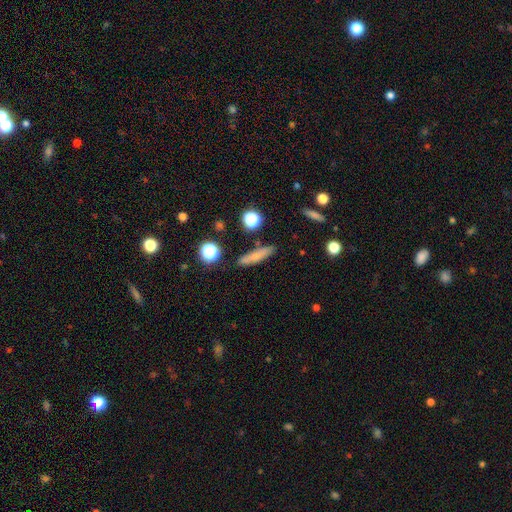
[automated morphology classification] smooth-or-featured: smooth: 71% | featured or disk: 18% | star or artifact: 11%
  how-rounded: cigar-shaped: 79% | in between: 16% | round: 5%
  merging: none: 83% | minor disturbance: 11% | merger: 3% | major disturbance: 3%